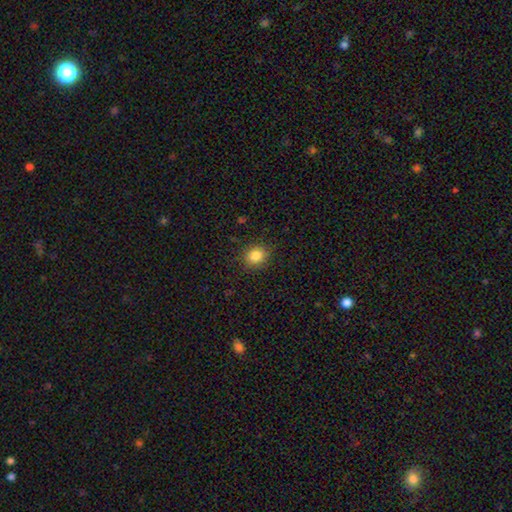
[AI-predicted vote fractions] Q: Smooth or featured?
A: smooth (84%); runner-up: star or artifact (11%)
Q: How rounded?
A: round (69%); runner-up: in between (30%)
Q: Merging?
A: none (87%); runner-up: minor disturbance (9%)